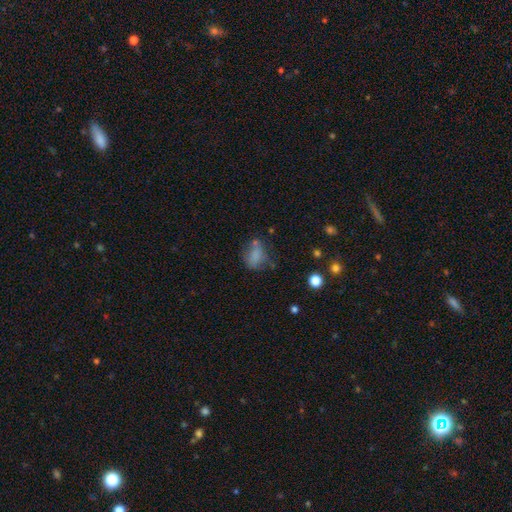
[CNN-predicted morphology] smooth 71%, featured or disk 15%, star or artifact 13%. Down the decision tree: how rounded — in between (73%); merging — none (45%).